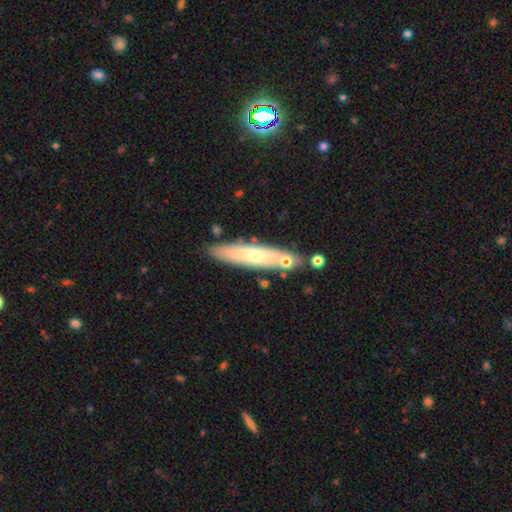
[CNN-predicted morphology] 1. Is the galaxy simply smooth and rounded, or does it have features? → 50% smooth, 44% featured or disk, 7% star or artifact.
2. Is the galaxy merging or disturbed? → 79% none, 11% minor disturbance, 8% merger, 3% major disturbance.